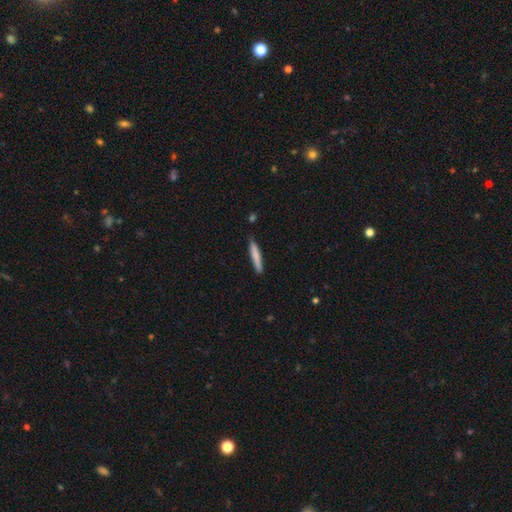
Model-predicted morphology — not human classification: A smooth galaxy with no disk features (80%) that is cigar-shaped (93%). Merging: none (85%).